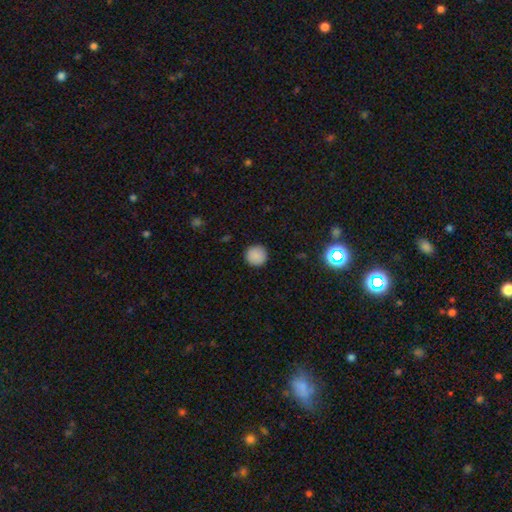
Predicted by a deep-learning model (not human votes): Morphology: type=smooth (88%); roundness=round (95%); merging=none (92%).